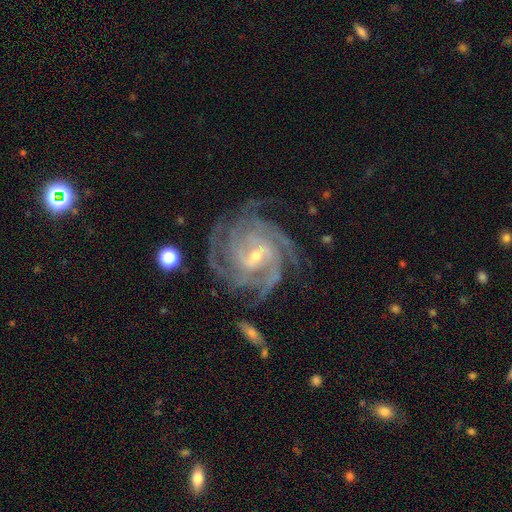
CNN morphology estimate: Overall: featured or disk (93%). Edge-on disk: no (98%). Bar: weak (49%; strong 27%). Spiral arms: yes (99%). Spiral arm count: 4 (43%; 3 21%). Spiral winding: tight (69%). Bulge size: small (68%). Merging: none (74%).